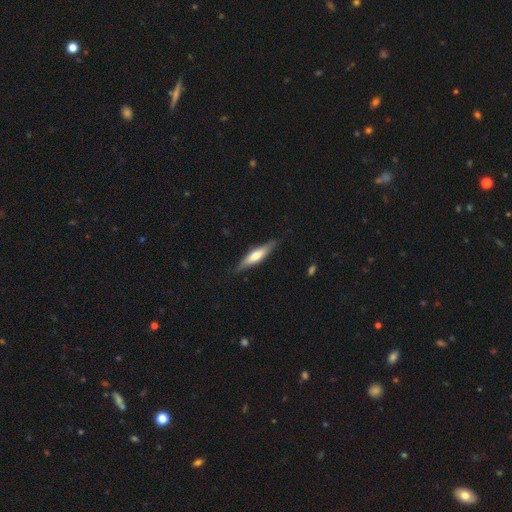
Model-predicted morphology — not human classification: smooth-or-featured: smooth: 52% | featured or disk: 43% | star or artifact: 5%
  how-rounded: cigar-shaped: 77% | in between: 22% | round: 2%
  merging: none: 83% | minor disturbance: 13% | major disturbance: 2% | merger: 1%